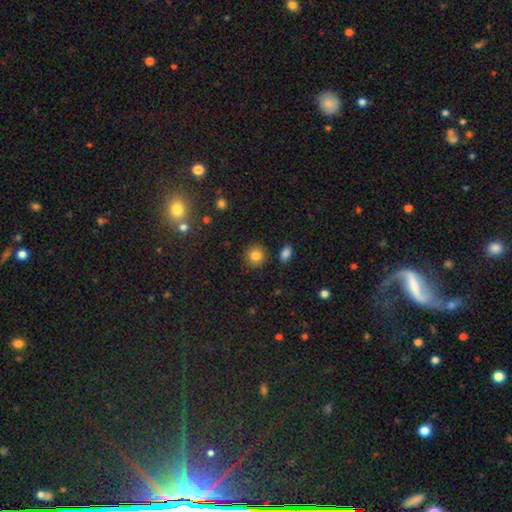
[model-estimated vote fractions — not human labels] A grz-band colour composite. It shows a smooth galaxy with no disk features (83%) that is round (90%). Merging: none (88%).